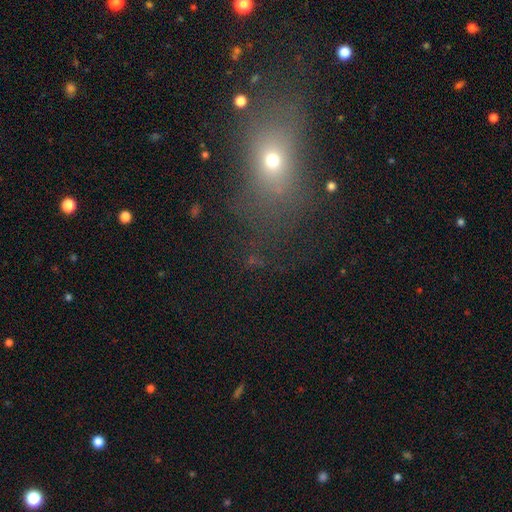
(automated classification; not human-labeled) smooth_or_featured: smooth (p=0.48) [alt: star or artifact p=0.36]
merging: none (p=0.61) [alt: major disturbance p=0.17]